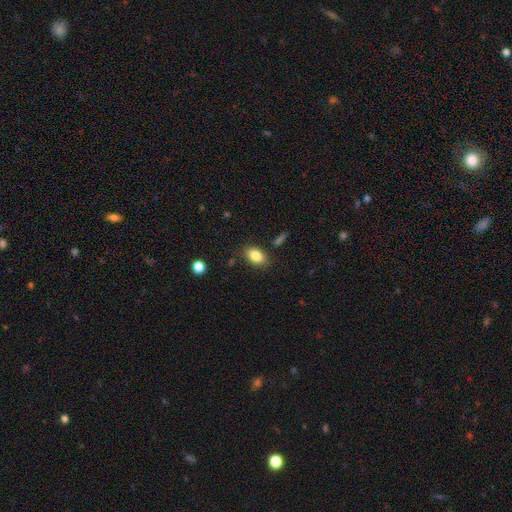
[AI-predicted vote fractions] Smooth or featured? Predicted: smooth (p=0.85). How rounded? Predicted: in between (p=0.85). Merging? Predicted: none (p=0.82).